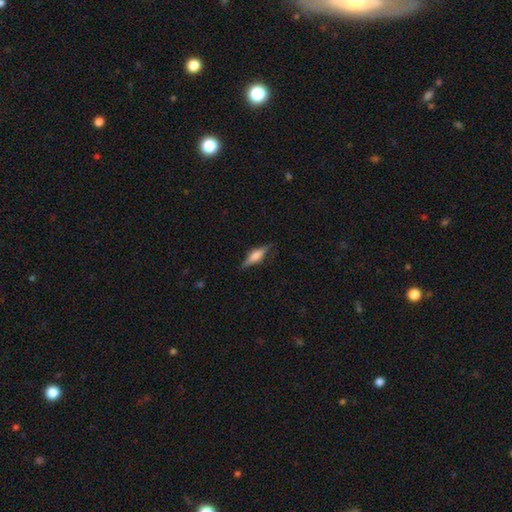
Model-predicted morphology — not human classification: The model was most divided on "smooth or featured": featured or disk: 58%, smooth: 35%, star or artifact: 7%. More confident: edge-on disk — yes (96%); merging — none (84%); edge-on bulge — rounded (72%).